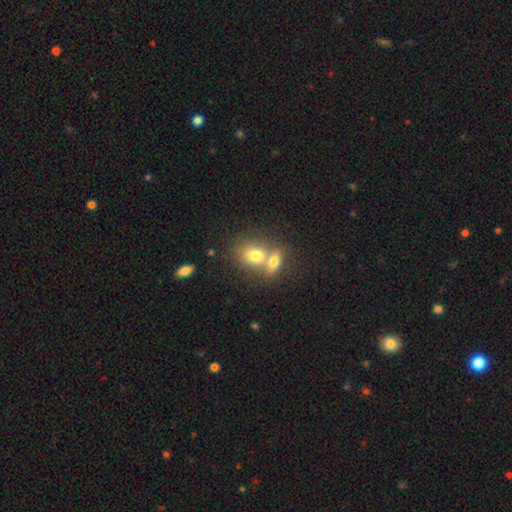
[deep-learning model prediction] A smooth galaxy with no disk features (75%) that is in between round and cigar-shaped (59%). Merging: merger (60%).